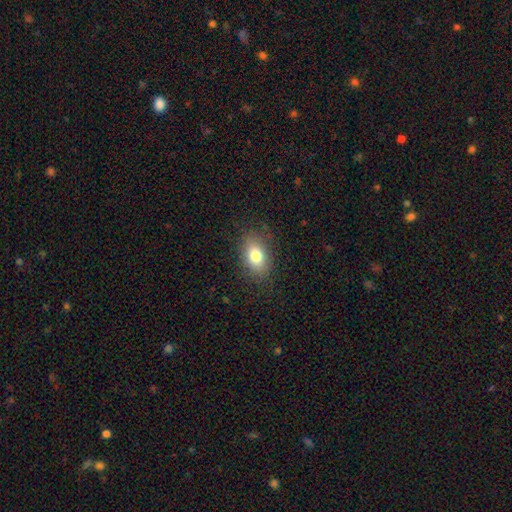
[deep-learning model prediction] Smooth or featured? smooth (79%)
How rounded? in between (81%)
Merging? none (84%)